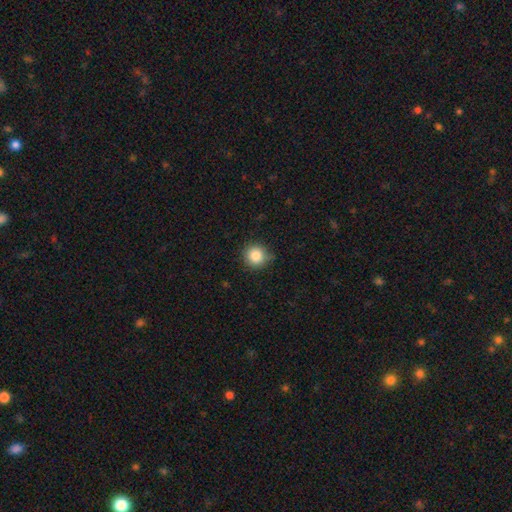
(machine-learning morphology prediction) smooth 85%, star or artifact 10%, featured or disk 5%. Down the decision tree: how rounded — round (93%); merging — none (82%).